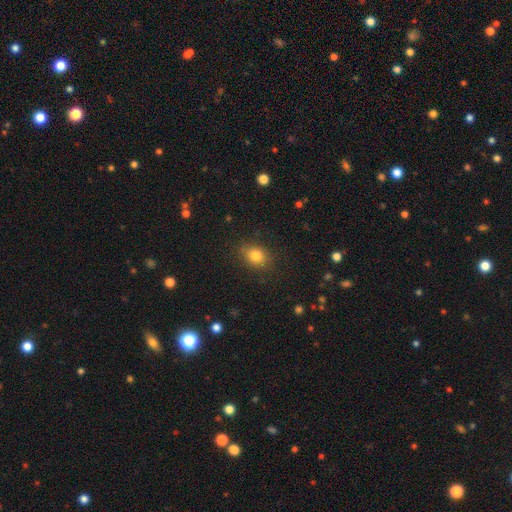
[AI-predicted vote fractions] A smooth galaxy with no disk features (82%) that is in between round and cigar-shaped (53%). Merging: none (83%).